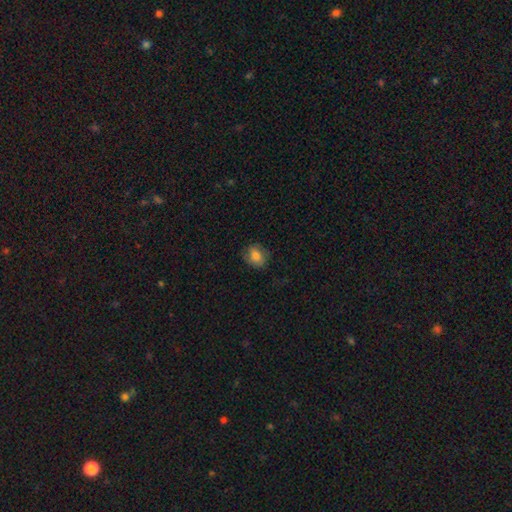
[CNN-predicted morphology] The model was most divided on "how rounded": round: 54%, in between: 45%, cigar-shaped: 1%. More confident: smooth or featured — smooth (79%); merging — none (75%).